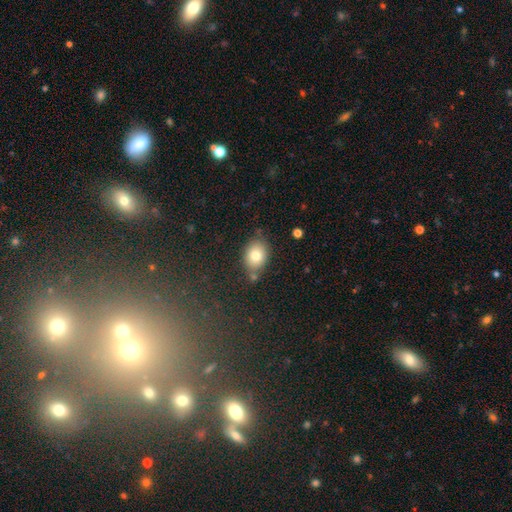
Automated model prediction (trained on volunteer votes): smooth_or_featured: smooth (p=0.79) [alt: featured or disk p=0.11]
how_rounded: in between (p=0.63) [alt: round p=0.36]
merging: none (p=0.73) [alt: minor disturbance p=0.15]